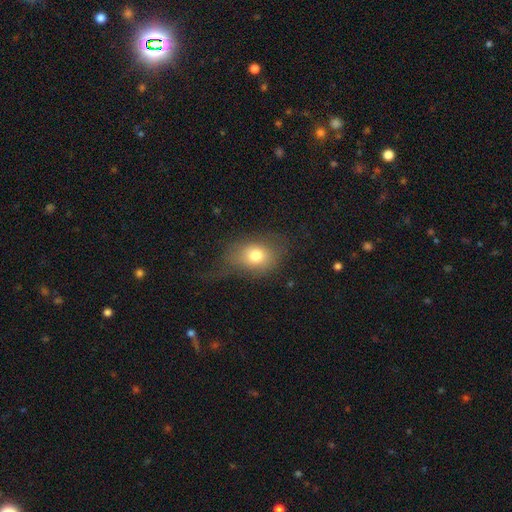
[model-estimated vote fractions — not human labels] Morphology: type=smooth (74%); roundness=in between (64%); merging=none (45%).